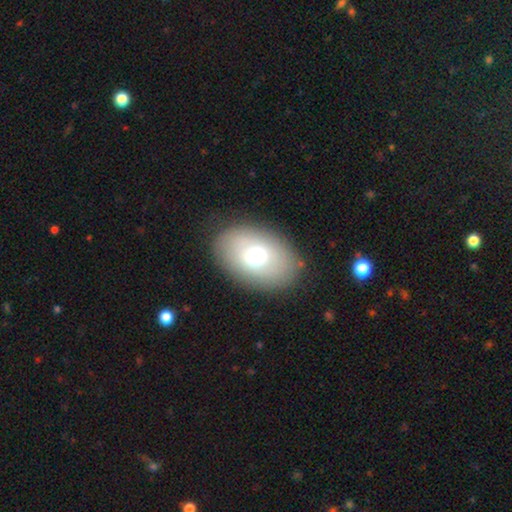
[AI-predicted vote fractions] Smooth or featured? Predicted: smooth (p=0.70). How rounded? Predicted: in between (p=0.89). Merging? Predicted: none (p=0.85).